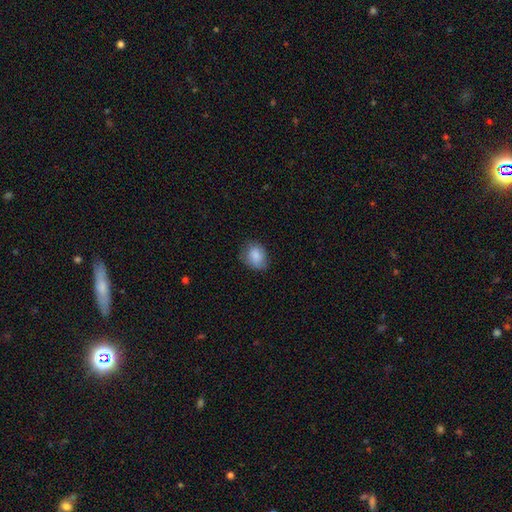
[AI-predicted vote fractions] Overall: smooth (85%). How rounded: in between (55%; round 44%). Merging: none (69%).